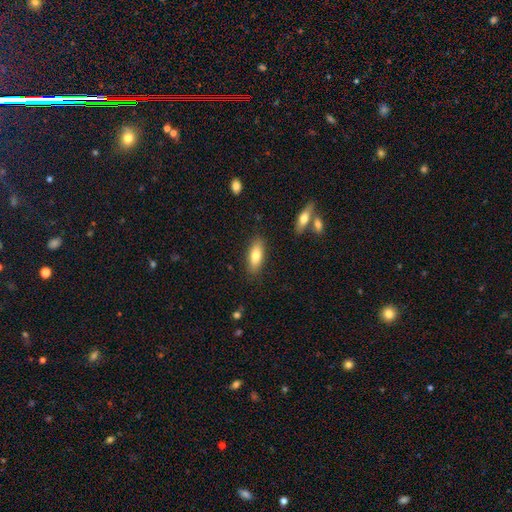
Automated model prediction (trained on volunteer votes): Smooth or featured?
  - smooth: 78% *
  - featured or disk: 15%
  - star or artifact: 7%
How rounded?
  - in between: 75% *
  - cigar-shaped: 23%
  - round: 2%
Merging?
  - none: 85% *
  - minor disturbance: 10%
  - major disturbance: 2%
  - merger: 2%